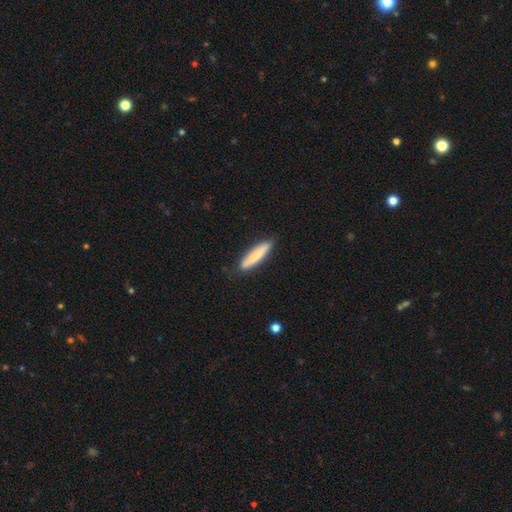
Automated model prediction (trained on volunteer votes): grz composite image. It shows a smooth galaxy with no disk features (74%) that is cigar-shaped (85%). Merging: none (85%).